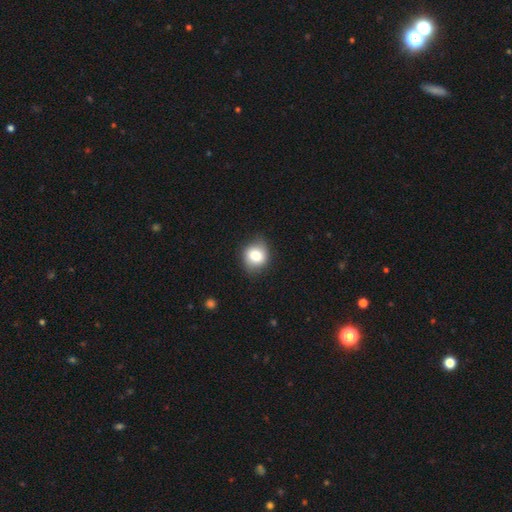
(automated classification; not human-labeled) This is clearly a smooth galaxy (80%). How rounded: likely round (72%). Merging: likely none (80%).